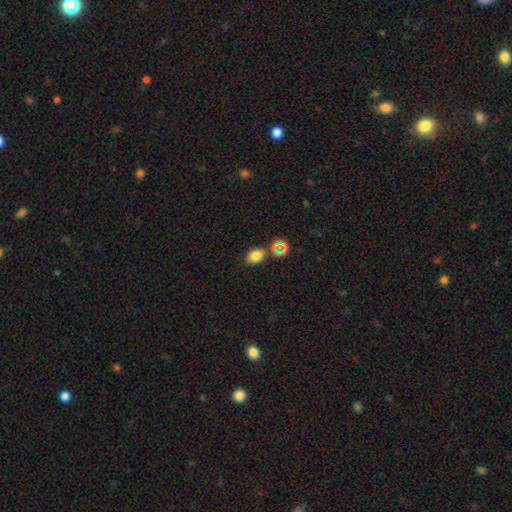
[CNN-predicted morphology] smooth 78%, star or artifact 16%, featured or disk 6%. Down the decision tree: how rounded — in between (76%); merging — none (76%).